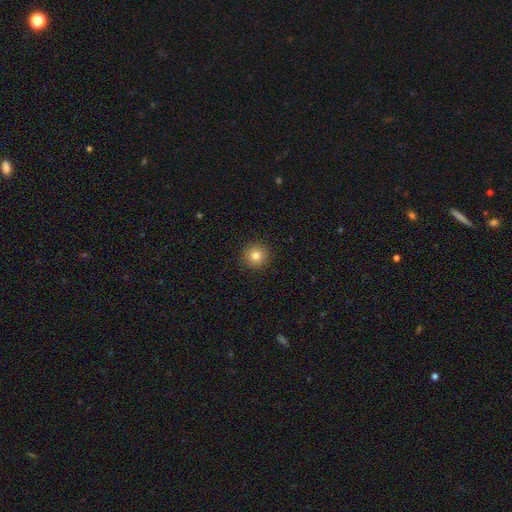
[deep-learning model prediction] Overall: smooth (81%). How rounded: round (95%). Merging: none (93%).